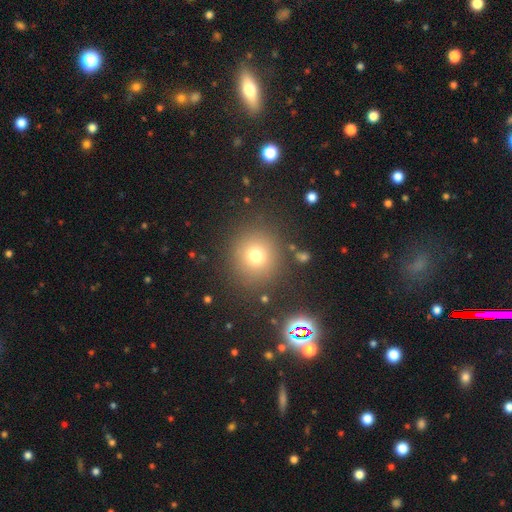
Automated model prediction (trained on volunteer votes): Smooth or featured: smooth — 73% (star or artifact — 17%)
How rounded: round — 88% (in between — 11%)
Merging: none — 86% (minor disturbance — 8%)